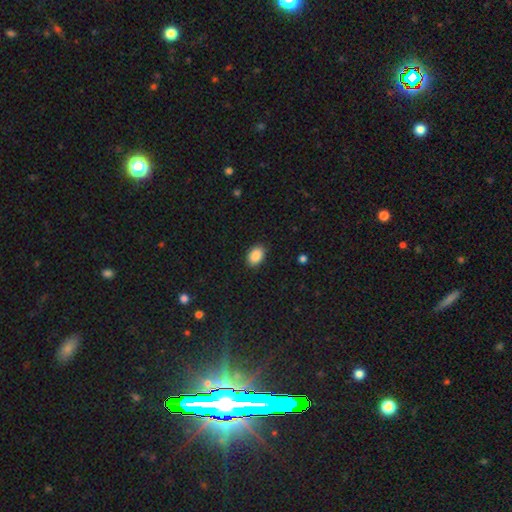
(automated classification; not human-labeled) smooth-or-featured: smooth: 89% | star or artifact: 8% | featured or disk: 3%
  how-rounded: in between: 84% | round: 15% | cigar-shaped: 1%
  merging: none: 89% | minor disturbance: 8% | major disturbance: 2% | merger: 1%